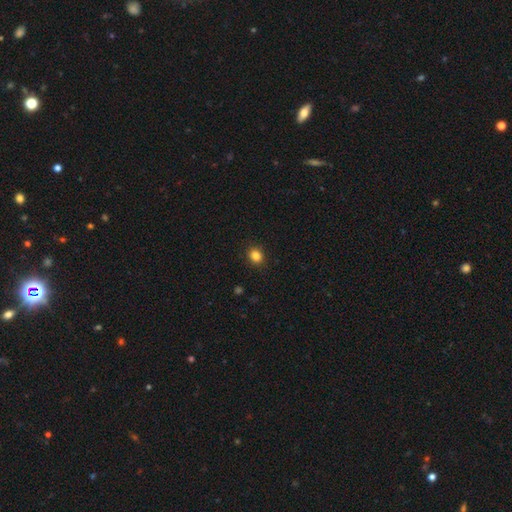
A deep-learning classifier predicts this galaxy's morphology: smooth-or-featured: smooth: 85% | star or artifact: 11% | featured or disk: 4%
  how-rounded: round: 69% | in between: 30% | cigar-shaped: 1%
  merging: none: 90% | minor disturbance: 7% | major disturbance: 2% | merger: 1%